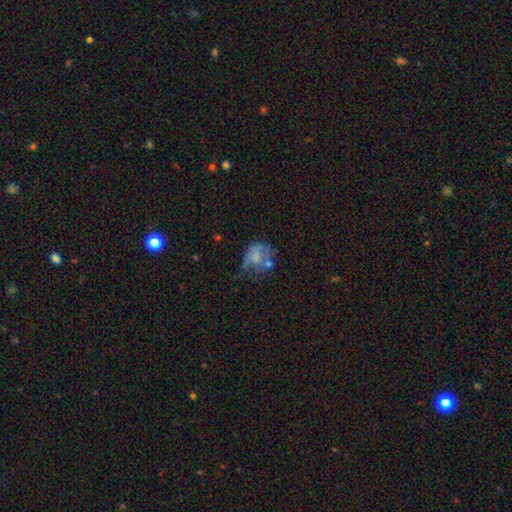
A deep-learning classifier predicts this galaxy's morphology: A smooth galaxy with no disk features (51%) that is round (54%).

Vote fractions:
- Smooth or featured? smooth: 51% / featured or disk: 37% / star or artifact: 13%
- How rounded? round: 54% / in between: 45% / cigar-shaped: 1%
- Merging? major disturbance: 32% / none: 29% / minor disturbance: 27% / merger: 11%